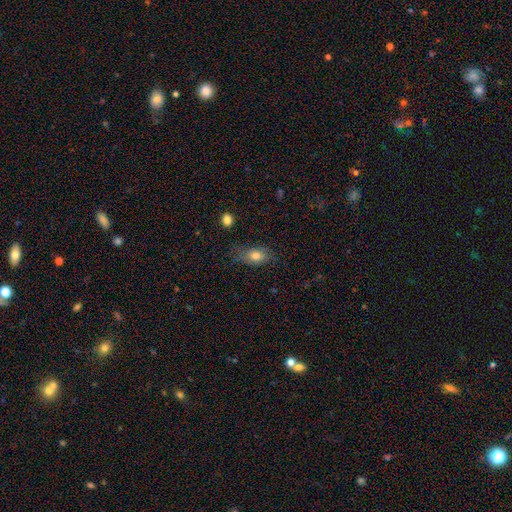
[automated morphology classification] Smooth or featured? smooth (76%)
How rounded? in between (82%)
Merging? none (69%)